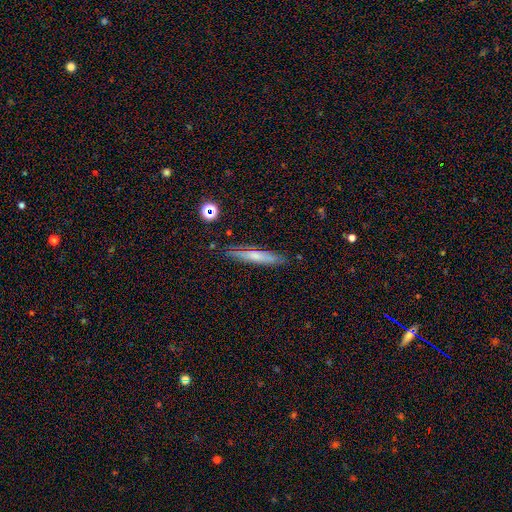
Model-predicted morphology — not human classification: The model was most divided on "smooth or featured": smooth: 60%, featured or disk: 31%, star or artifact: 10%. More confident: how rounded — cigar-shaped (89%); merging — none (85%).